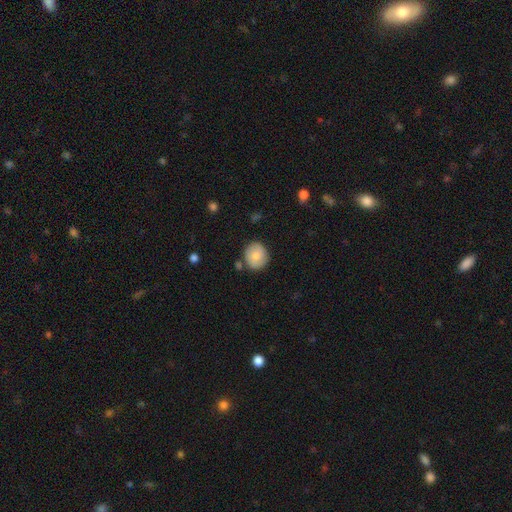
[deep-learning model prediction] Overall: smooth (76%). How rounded: round (82%). Merging: none (79%).